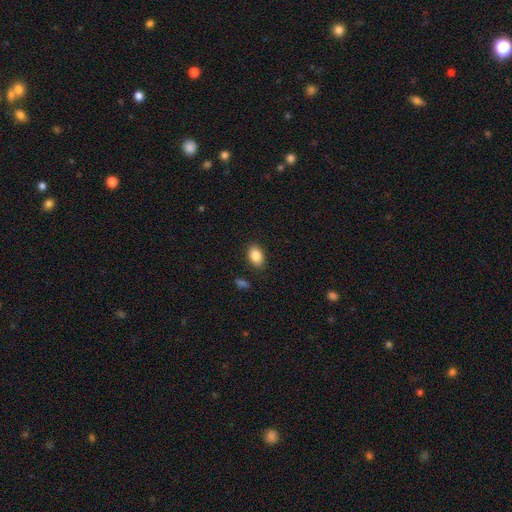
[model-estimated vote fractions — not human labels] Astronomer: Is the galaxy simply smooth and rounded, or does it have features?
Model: smooth — 86%.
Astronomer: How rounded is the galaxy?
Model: in between — 84%.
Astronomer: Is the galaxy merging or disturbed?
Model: none — 86%.